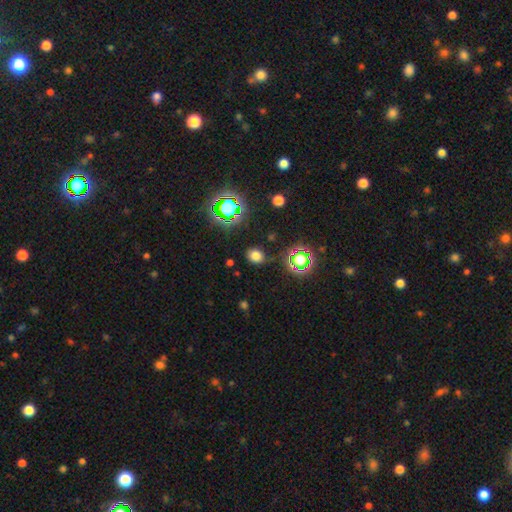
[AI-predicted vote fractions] smooth-or-featured: smooth: 69% | star or artifact: 25% | featured or disk: 6%
  how-rounded: round: 64% | in between: 35% | cigar-shaped: 1%
  merging: none: 83% | minor disturbance: 11% | major disturbance: 3% | merger: 2%